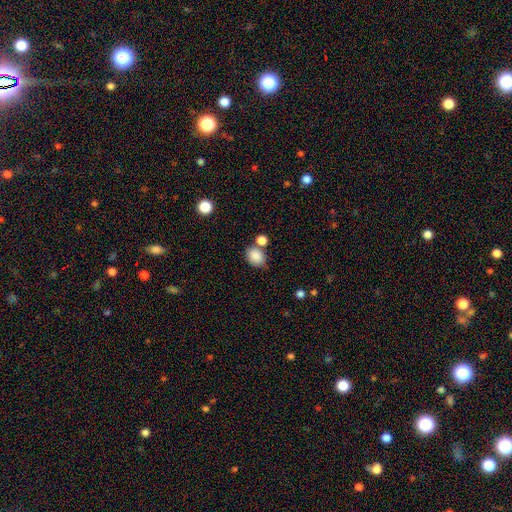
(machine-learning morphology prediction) A smooth galaxy with no disk features (87%) that is in between round and cigar-shaped (58%). Merging: none (61%).